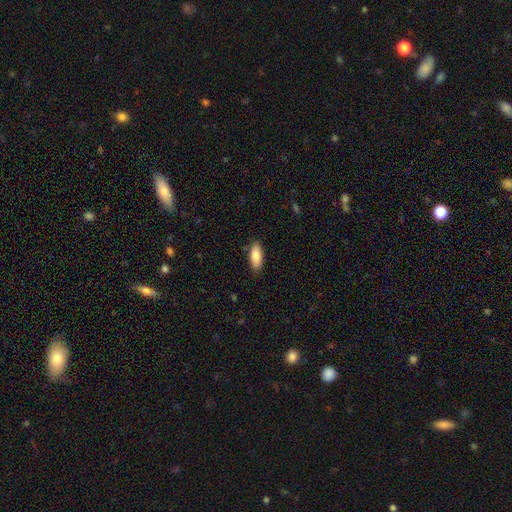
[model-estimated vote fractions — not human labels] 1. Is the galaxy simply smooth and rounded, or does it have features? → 84% smooth, 10% featured or disk, 6% star or artifact.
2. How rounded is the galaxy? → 84% in between, 14% cigar-shaped, 2% round.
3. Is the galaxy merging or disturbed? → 86% none, 11% minor disturbance, 2% major disturbance, 1% merger.